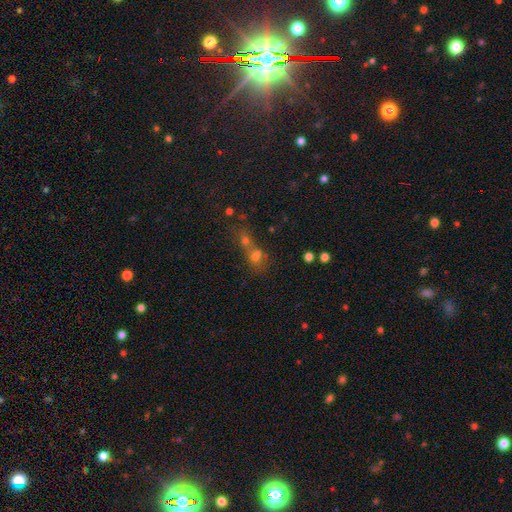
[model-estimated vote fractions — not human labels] smooth-or-featured: smooth: 57% | star or artifact: 25% | featured or disk: 19%
  how-rounded: round: 55% | in between: 39% | cigar-shaped: 6%
  merging: merger: 66% | none: 23% | minor disturbance: 6% | major disturbance: 5%